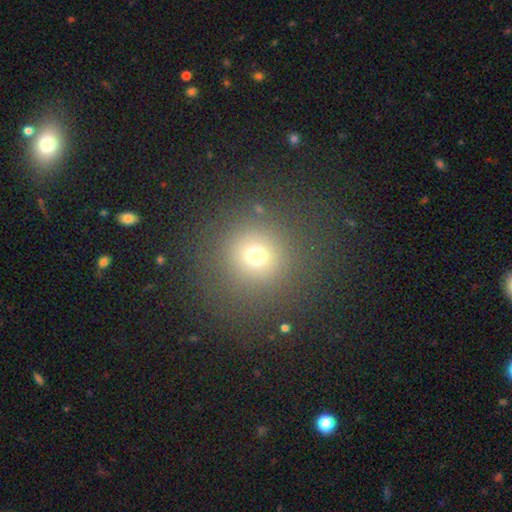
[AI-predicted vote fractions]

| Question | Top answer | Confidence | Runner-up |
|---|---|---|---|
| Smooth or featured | smooth | 70% | star or artifact (21%) |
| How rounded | round | 93% | in between (6%) |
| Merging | none | 84% | minor disturbance (8%) |